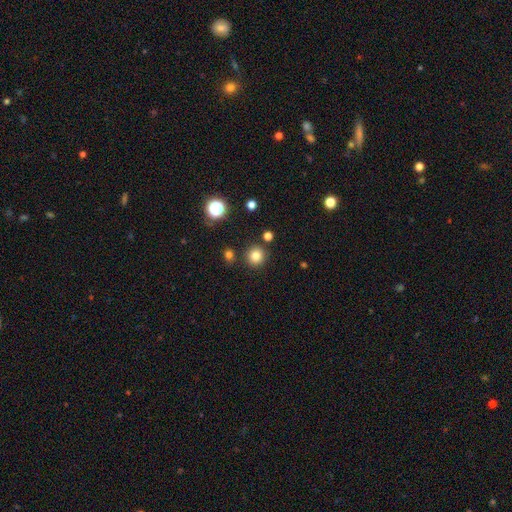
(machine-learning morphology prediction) This appears to be a smooth galaxy with no disk features (80%) that is round (93%). Merging: none (87%).